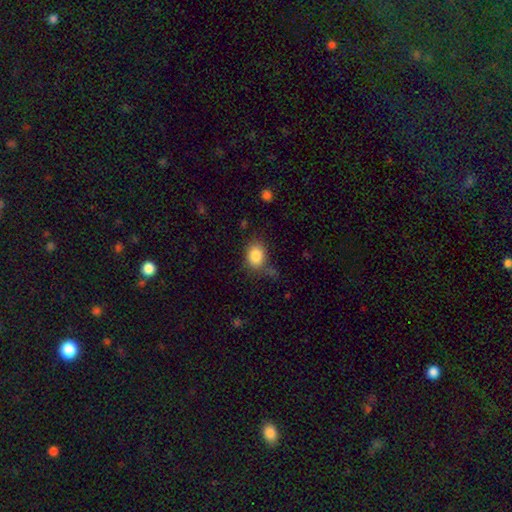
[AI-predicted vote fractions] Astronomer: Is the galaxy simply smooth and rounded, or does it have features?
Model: smooth — 86%.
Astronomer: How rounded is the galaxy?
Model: in between — 66%.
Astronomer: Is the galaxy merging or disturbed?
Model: none — 69%.